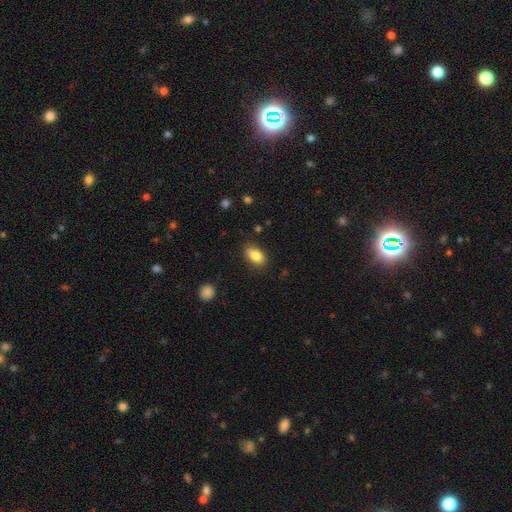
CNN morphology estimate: smooth_or_featured: smooth (p=0.84) [alt: featured or disk p=0.09]
how_rounded: in between (p=0.89) [alt: round p=0.08]
merging: none (p=0.82) [alt: minor disturbance p=0.14]